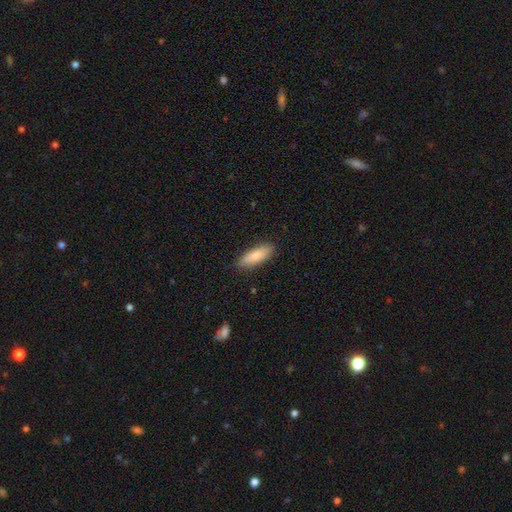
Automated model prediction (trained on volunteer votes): smooth_or_featured: smooth (p=0.79) [alt: featured or disk p=0.15]
how_rounded: in between (p=0.54) [alt: cigar-shaped p=0.44]
merging: none (p=0.87) [alt: minor disturbance p=0.10]